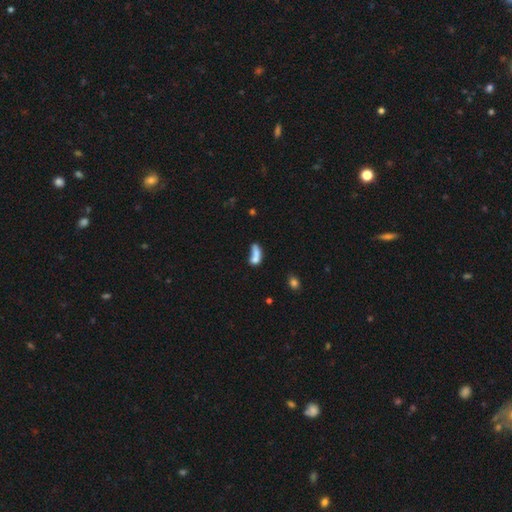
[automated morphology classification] smooth 68%, featured or disk 21%, star or artifact 11%. Down the decision tree: how rounded — in between (67%); merging — merger (50%).